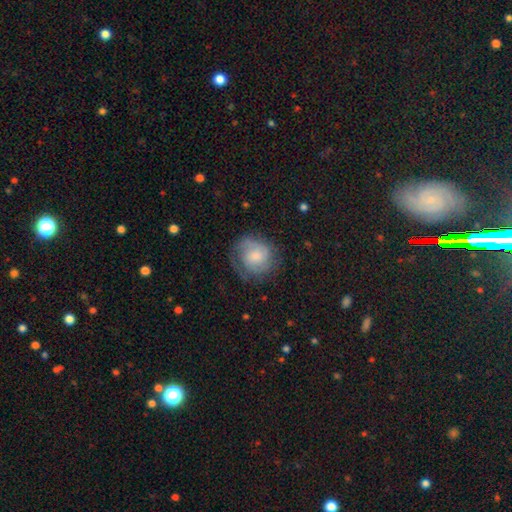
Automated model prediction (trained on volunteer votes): A featured or disk galaxy (50%). Merging: none (65%).